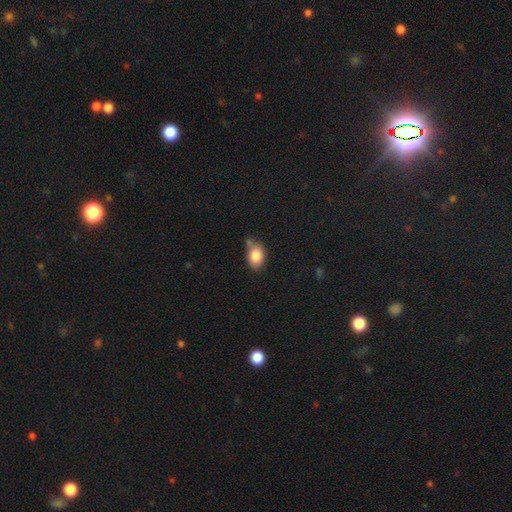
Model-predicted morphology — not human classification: Smooth or featured: smooth — 84% (star or artifact — 8%)
How rounded: in between — 77% (round — 22%)
Merging: none — 51% (minor disturbance — 27%)